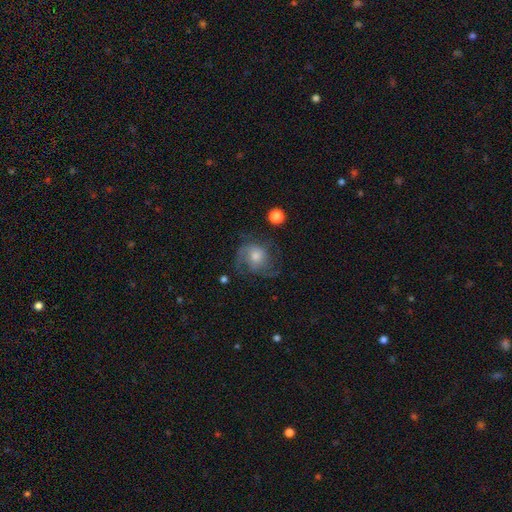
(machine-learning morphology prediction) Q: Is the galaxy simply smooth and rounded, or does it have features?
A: featured or disk — 70%.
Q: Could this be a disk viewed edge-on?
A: no — 97%.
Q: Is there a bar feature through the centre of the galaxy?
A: no — 75%.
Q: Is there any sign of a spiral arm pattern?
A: yes — 91%.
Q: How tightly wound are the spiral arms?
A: medium — 46%.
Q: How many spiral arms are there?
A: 3 — 29%.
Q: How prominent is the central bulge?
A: moderate — 56%.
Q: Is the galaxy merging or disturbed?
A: none — 61%.